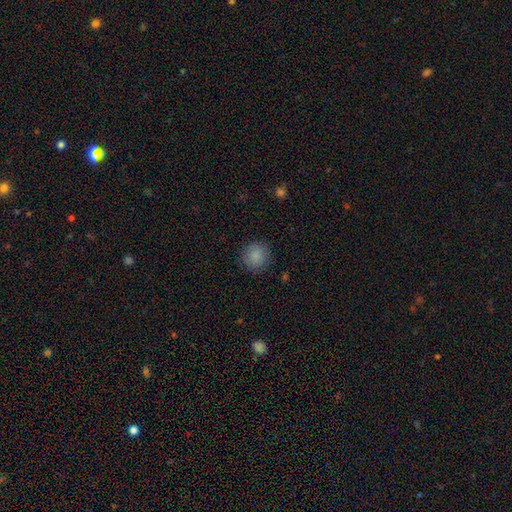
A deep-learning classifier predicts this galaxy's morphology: smooth 87%, star or artifact 9%, featured or disk 5%. Down the decision tree: how rounded — round (93%); merging — none (88%).